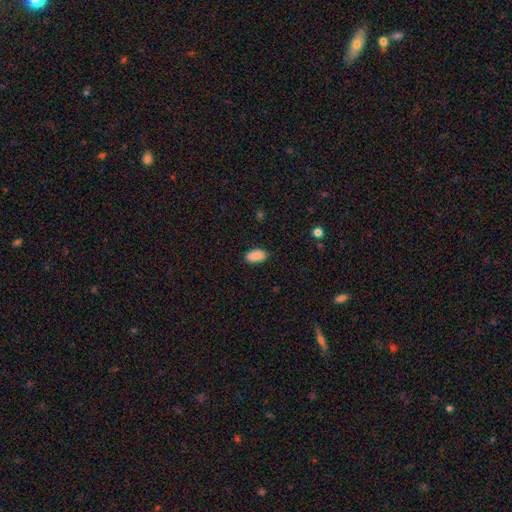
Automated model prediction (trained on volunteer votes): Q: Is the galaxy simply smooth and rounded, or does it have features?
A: smooth — 89%.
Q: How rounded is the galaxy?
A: in between — 94%.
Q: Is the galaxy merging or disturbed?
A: none — 87%.